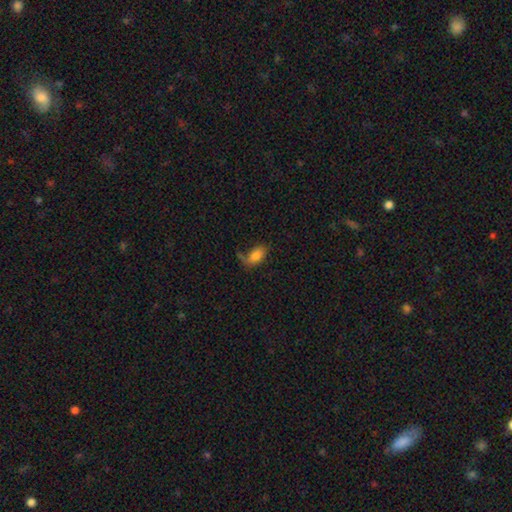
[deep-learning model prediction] This is likely a smooth galaxy (75%). How rounded: clearly in between (90%). Merging: marginally none (44%).